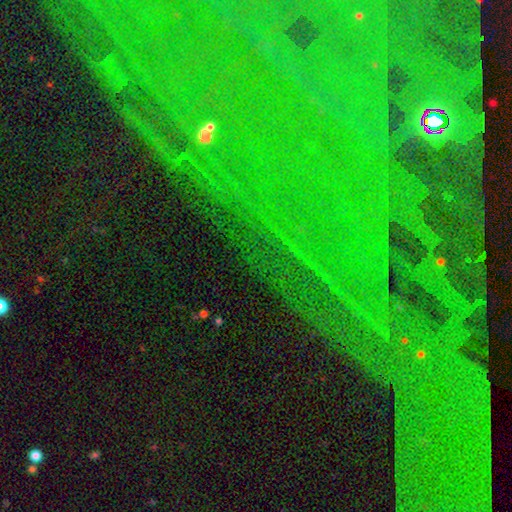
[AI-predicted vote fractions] This is likely a star or artifact rather than a galaxy (79%).